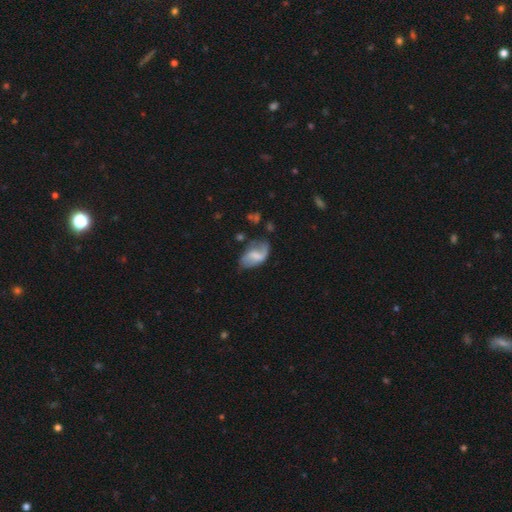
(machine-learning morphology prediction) Smooth or featured?
  - featured or disk: 53% *
  - smooth: 39%
  - star or artifact: 7%
Edge-on disk?
  - no: 96% *
  - yes: 4%
Bar?
  - weak: 49% *
  - no: 32%
  - strong: 20%
Spiral arms?
  - yes: 76% *
  - no: 24%
Bulge size?
  - none: 31% * (tied)
  - small: 31% * (tied)
  - moderate: 29%
  - large: 8%
  - dominant: 2%
Merging?
  - none: 45% *
  - minor disturbance: 30%
  - major disturbance: 20%
  - merger: 4%